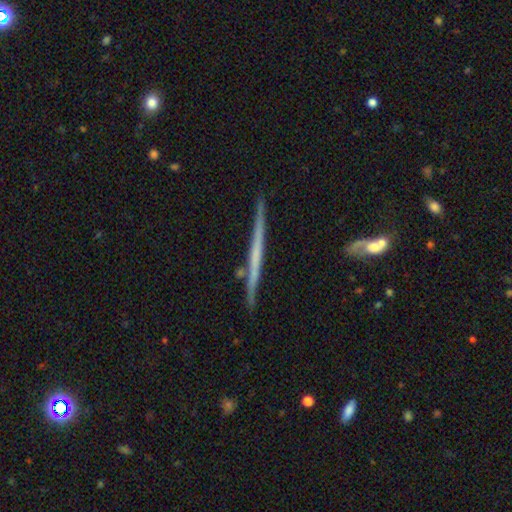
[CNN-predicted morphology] type=featured or disk (62%); edge-on=yes (97%); edge-on bulge=none (87%); merging=none (88%).